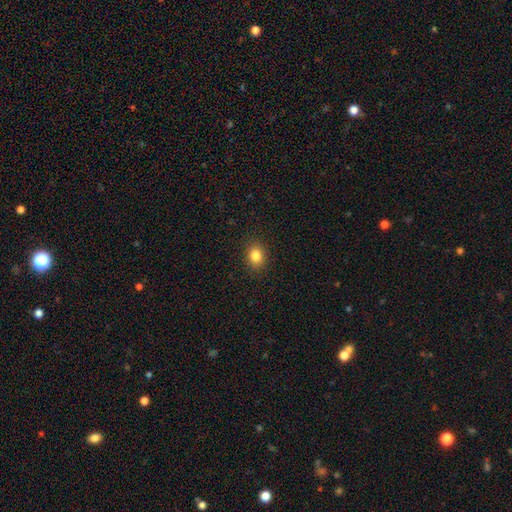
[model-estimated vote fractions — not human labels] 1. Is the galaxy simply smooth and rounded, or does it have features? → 84% smooth, 11% star or artifact, 5% featured or disk.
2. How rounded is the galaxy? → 53% round, 46% in between, 1% cigar-shaped.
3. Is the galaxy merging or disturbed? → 90% none, 7% minor disturbance, 2% major disturbance, 1% merger.